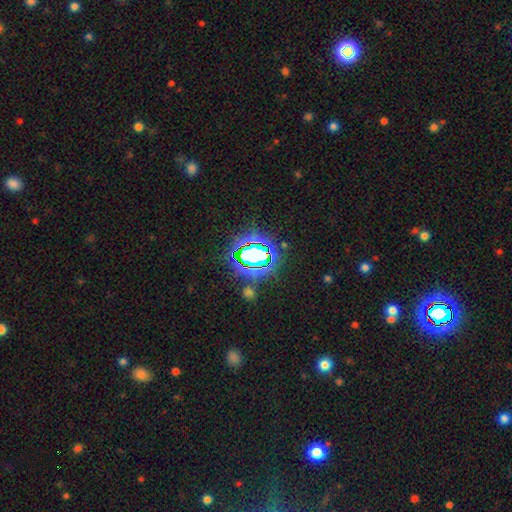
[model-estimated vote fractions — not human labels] smooth_or_featured: star or artifact (p=0.72) [alt: smooth p=0.17]